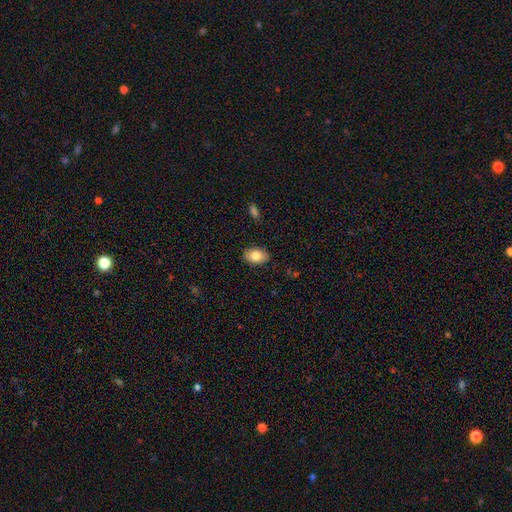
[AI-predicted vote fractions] Smooth or featured? smooth (81%)
How rounded? in between (87%)
Merging? none (87%)